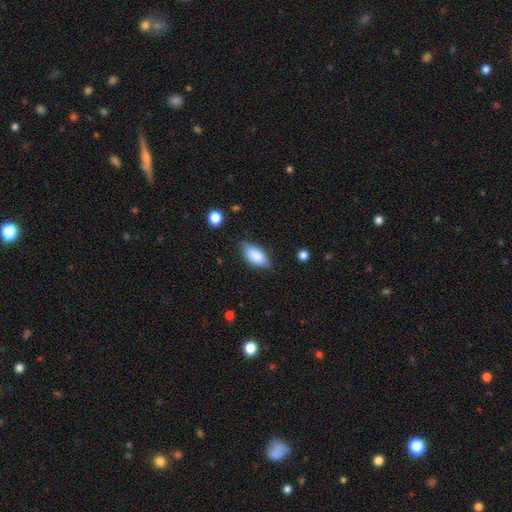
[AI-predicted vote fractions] smooth-or-featured: smooth: 83% | featured or disk: 10% | star or artifact: 6%
  how-rounded: in between: 88% | cigar-shaped: 9% | round: 2%
  merging: none: 75% | minor disturbance: 20% | major disturbance: 4% | merger: 1%